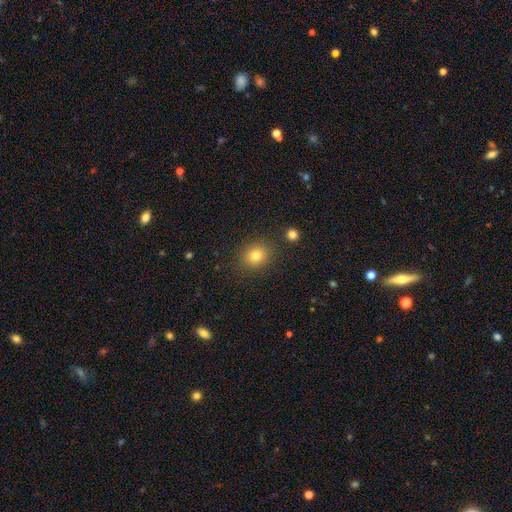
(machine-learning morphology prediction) Q: Smooth or featured?
A: smooth (80%); runner-up: star or artifact (12%)
Q: How rounded?
A: round (70%); runner-up: in between (30%)
Q: Merging?
A: none (87%); runner-up: minor disturbance (8%)